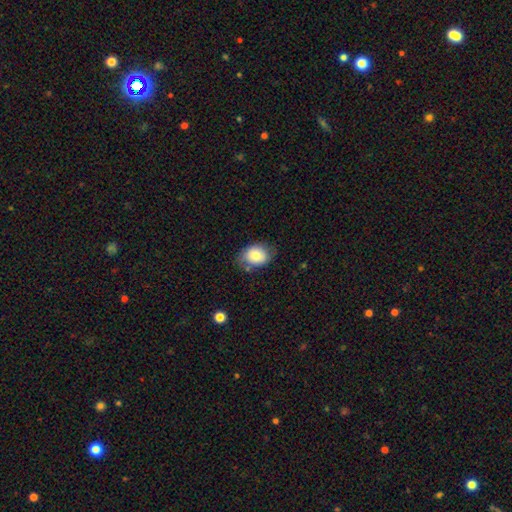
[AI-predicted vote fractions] smooth_or_featured: smooth (p=0.78) [alt: featured or disk p=0.14]
how_rounded: in between (p=0.63) [alt: round p=0.36]
merging: none (p=0.68) [alt: minor disturbance p=0.23]